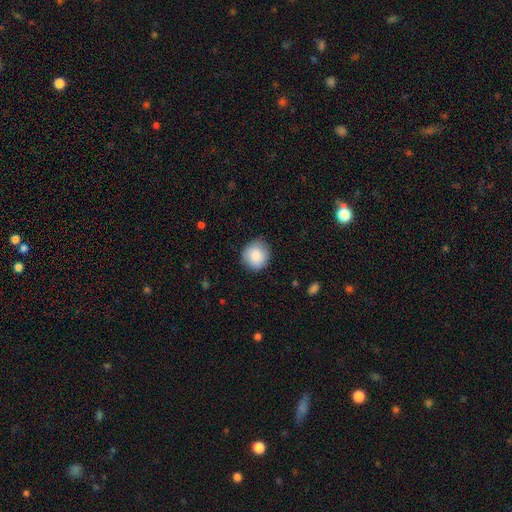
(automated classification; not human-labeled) Smooth or featured?
  - smooth: 87% *
  - star or artifact: 7%
  - featured or disk: 6%
How rounded?
  - round: 86% *
  - in between: 13%
  - cigar-shaped: 1%
Merging?
  - none: 86% *
  - minor disturbance: 11%
  - major disturbance: 2%
  - merger: 1%